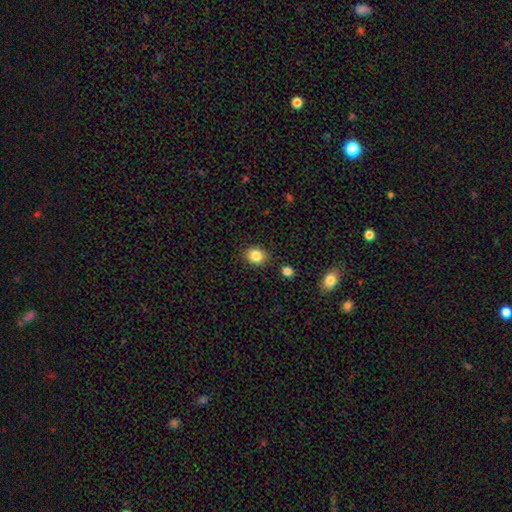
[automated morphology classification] Smooth or featured?
  - smooth: 85% *
  - star or artifact: 10%
  - featured or disk: 5%
How rounded?
  - round: 62% *
  - in between: 37%
  - cigar-shaped: 1%
Merging?
  - none: 84% *
  - minor disturbance: 10%
  - merger: 3%
  - major disturbance: 3%